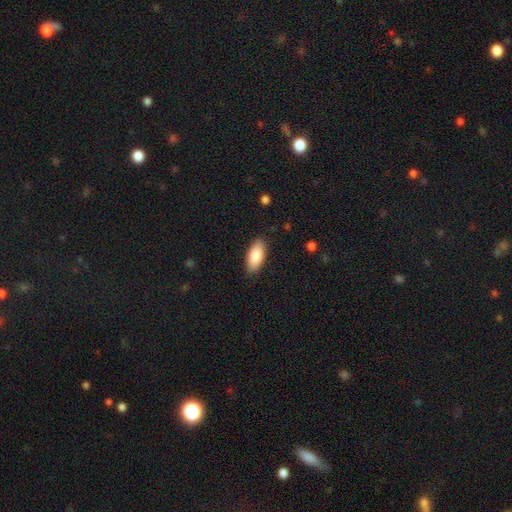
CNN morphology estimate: type=smooth (86%); roundness=in between (88%); merging=none (86%).